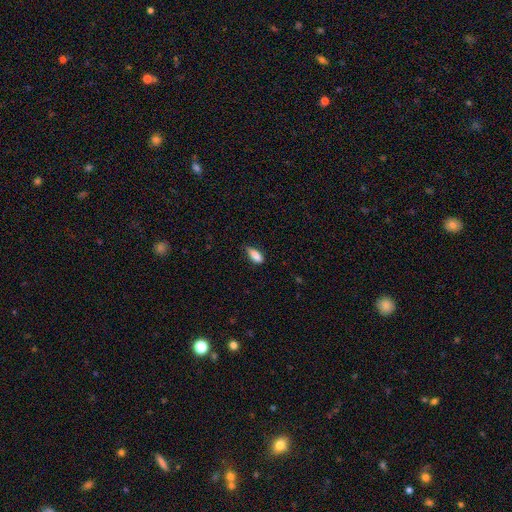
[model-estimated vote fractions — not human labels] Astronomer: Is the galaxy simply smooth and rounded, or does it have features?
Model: smooth — 87%.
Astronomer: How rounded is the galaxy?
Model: in between — 79%.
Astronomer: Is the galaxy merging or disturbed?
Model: none — 61%.